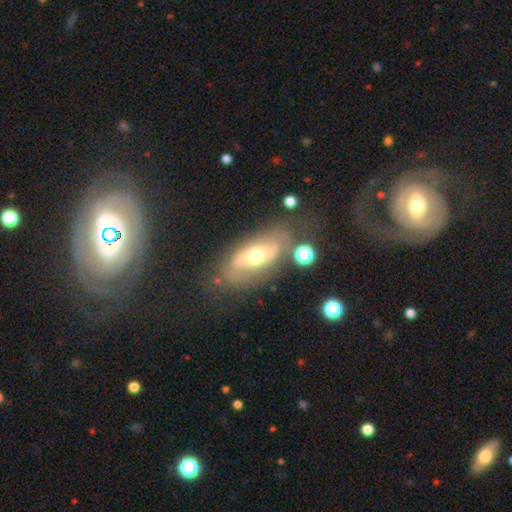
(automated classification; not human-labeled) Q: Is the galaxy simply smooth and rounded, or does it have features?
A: featured or disk — 57%.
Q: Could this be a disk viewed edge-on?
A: no — 83%.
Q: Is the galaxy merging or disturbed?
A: none — 63%.